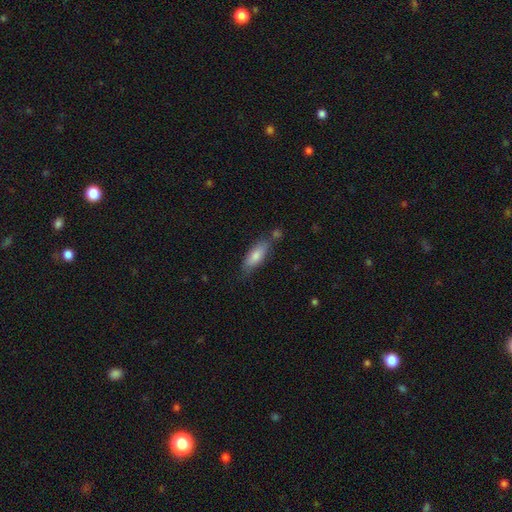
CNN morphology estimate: A smooth galaxy with no disk features (75%) that is in between round and cigar-shaped (59%).

Vote fractions:
- Smooth or featured? smooth: 75% / featured or disk: 18% / star or artifact: 7%
- How rounded? in between: 59% / cigar-shaped: 39% / round: 2%
- Merging? none: 70% / minor disturbance: 18% / merger: 8% / major disturbance: 4%